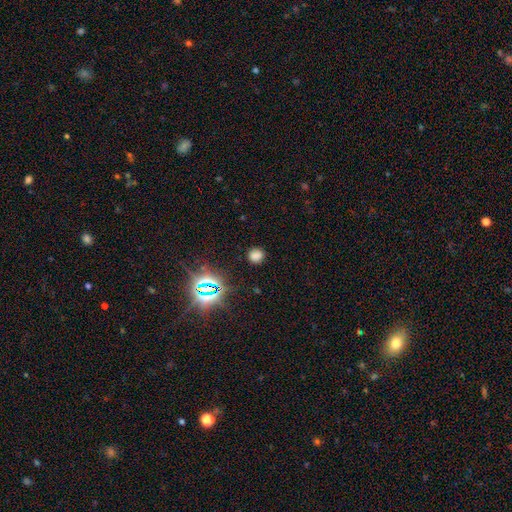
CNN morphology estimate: smooth 66%, star or artifact 27%, featured or disk 7%. Down the decision tree: how rounded — round (78%); merging — none (84%).